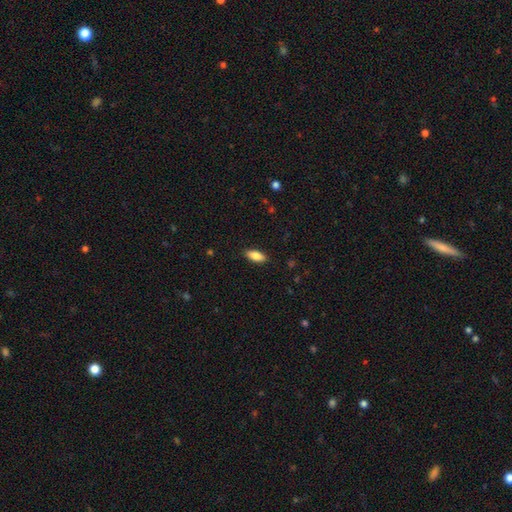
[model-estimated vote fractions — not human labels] smooth_or_featured: smooth (p=0.85) [alt: featured or disk p=0.08]
how_rounded: in between (p=0.83) [alt: cigar-shaped p=0.15]
merging: none (p=0.89) [alt: minor disturbance p=0.08]